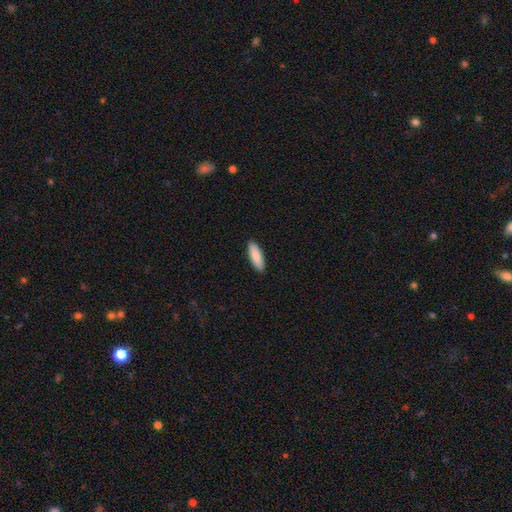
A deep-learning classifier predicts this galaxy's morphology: Smooth or featured? smooth (87%)
How rounded? in between (60%)
Merging? none (91%)